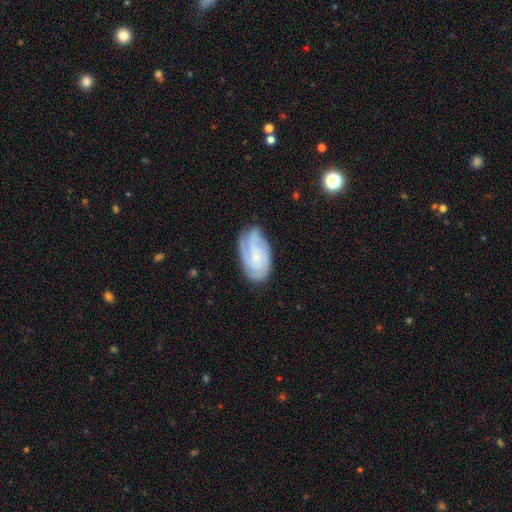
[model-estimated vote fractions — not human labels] This is likely a featured or disk galaxy (79%). It is clearly not viewed edge-on (96%). Bar: likely no (65%). Spiral arm pattern: clearly yes (97%). Spiral arm count: marginally 3 (35%). Spiral winding: likely tight (68%). Central bulge: likely small (70%). Merging: likely none (76%).